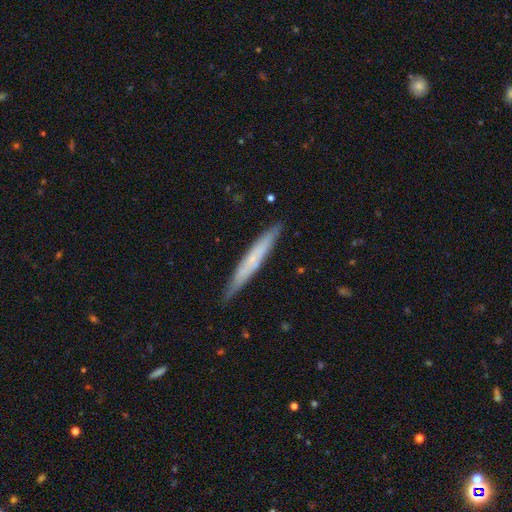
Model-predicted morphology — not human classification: smooth-or-featured: smooth: 51% | featured or disk: 42% | star or artifact: 7%
  how-rounded: cigar-shaped: 96% | in between: 3% | round: 1%
  merging: none: 88% | minor disturbance: 9% | major disturbance: 1% | merger: 1%